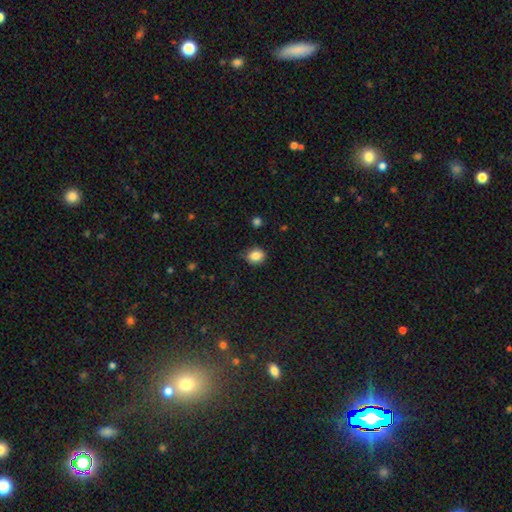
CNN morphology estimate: Smooth or featured? smooth (85%)
How rounded? round (53%)
Merging? none (76%)